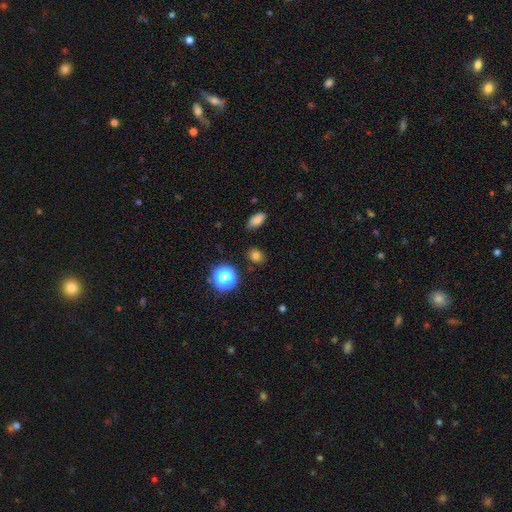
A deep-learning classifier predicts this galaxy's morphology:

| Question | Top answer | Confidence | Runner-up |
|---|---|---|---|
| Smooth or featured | smooth | 77% | star or artifact (19%) |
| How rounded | round | 55% | in between (43%) |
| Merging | none | 83% | minor disturbance (11%) |